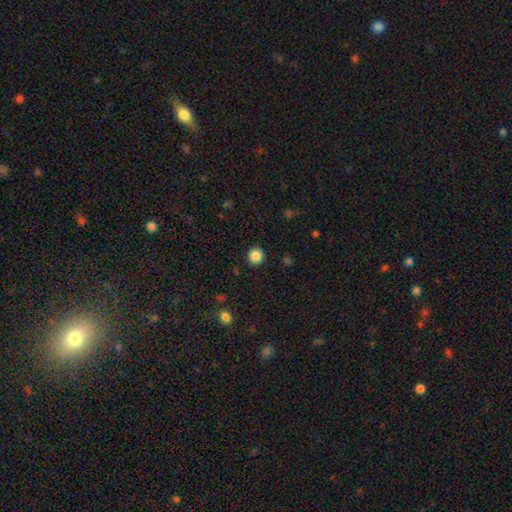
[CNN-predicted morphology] smooth-or-featured: smooth: 86% | star or artifact: 10% | featured or disk: 4%
  how-rounded: round: 90% | in between: 9% | cigar-shaped: 1%
  merging: none: 91% | minor disturbance: 6% | major disturbance: 2% | merger: 1%